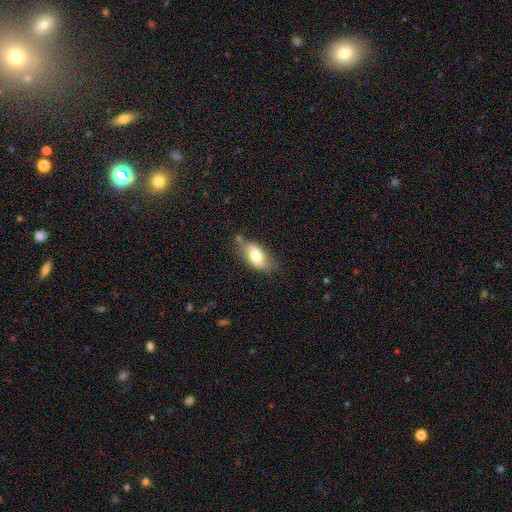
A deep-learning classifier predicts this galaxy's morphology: Smooth or featured? Predicted: smooth (p=0.70). How rounded? Predicted: in between (p=0.90). Merging? Predicted: none (p=0.69).